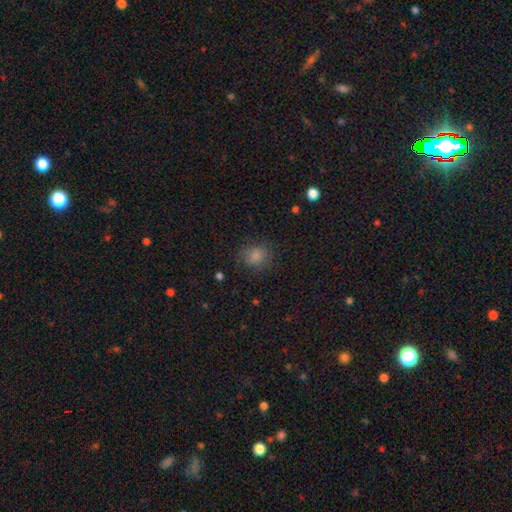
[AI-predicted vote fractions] Q: Smooth or featured?
A: smooth (76%); runner-up: star or artifact (17%)
Q: How rounded?
A: round (75%); runner-up: in between (24%)
Q: Merging?
A: none (84%); runner-up: minor disturbance (11%)